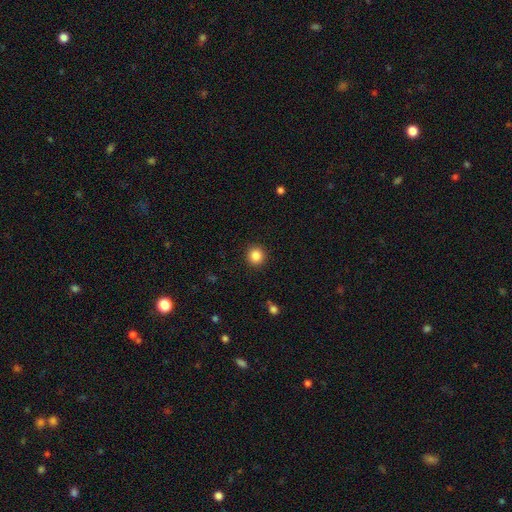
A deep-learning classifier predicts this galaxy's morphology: Smooth or featured? smooth (86%)
How rounded? round (93%)
Merging? none (92%)